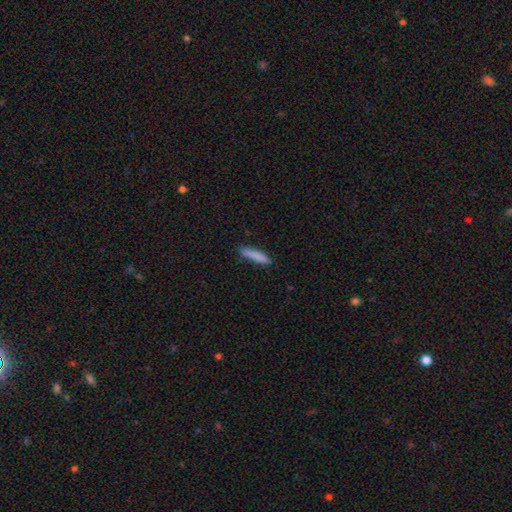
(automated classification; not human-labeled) This appears to be a smooth galaxy with no disk features (85%) that is cigar-shaped (87%). Merging: none (84%).